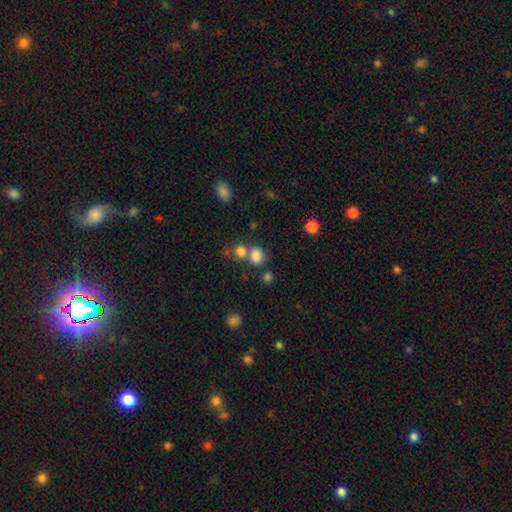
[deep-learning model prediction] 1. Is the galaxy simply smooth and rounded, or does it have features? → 81% smooth, 13% star or artifact, 6% featured or disk.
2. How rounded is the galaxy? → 71% round, 28% in between, 1% cigar-shaped.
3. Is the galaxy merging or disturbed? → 54% none, 31% merger, 10% minor disturbance, 5% major disturbance.